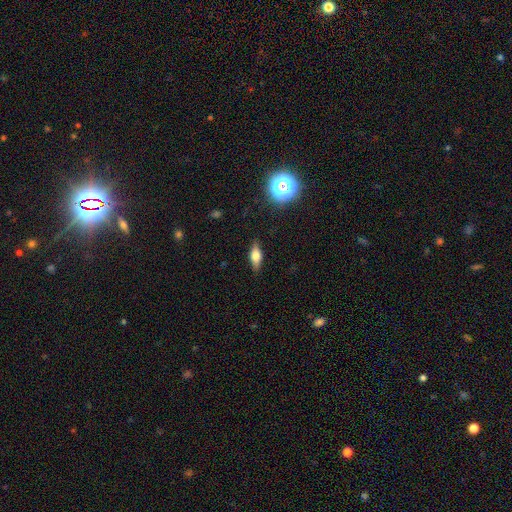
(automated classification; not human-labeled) smooth_or_featured: smooth (p=0.53) [alt: featured or disk p=0.37]
how_rounded: in between (p=0.64) [alt: cigar-shaped p=0.30]
merging: none (p=0.85) [alt: minor disturbance p=0.11]